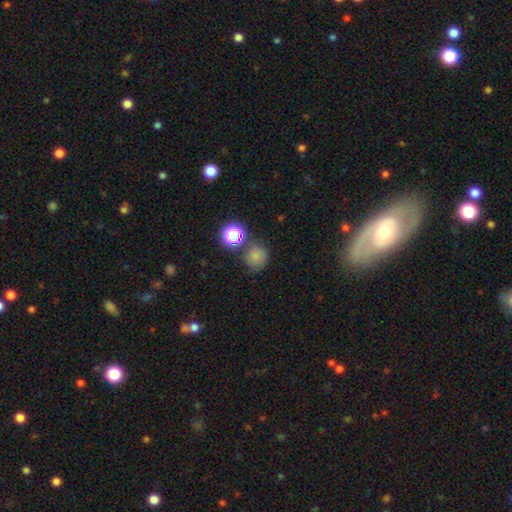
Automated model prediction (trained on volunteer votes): Morphology: type=smooth (73%); roundness=round (84%); merging=none (68%).